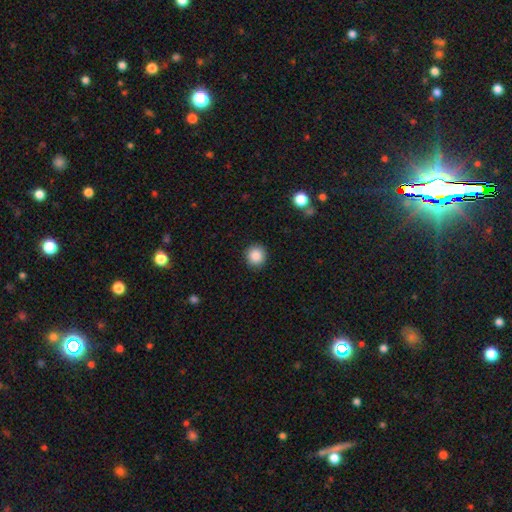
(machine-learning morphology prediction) Overall: smooth (88%). How rounded: round (92%). Merging: none (90%).